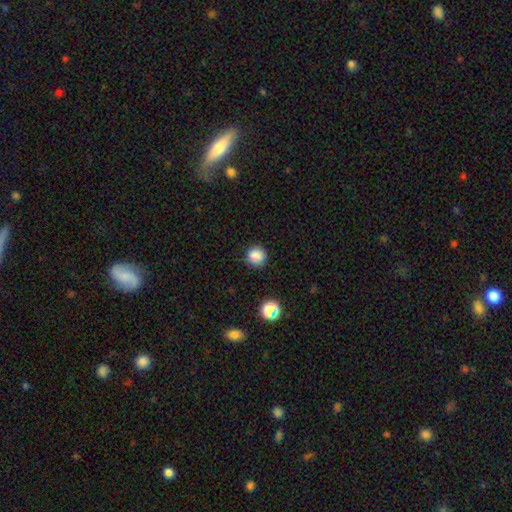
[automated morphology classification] type=smooth (85%); roundness=round (90%); merging=none (88%).